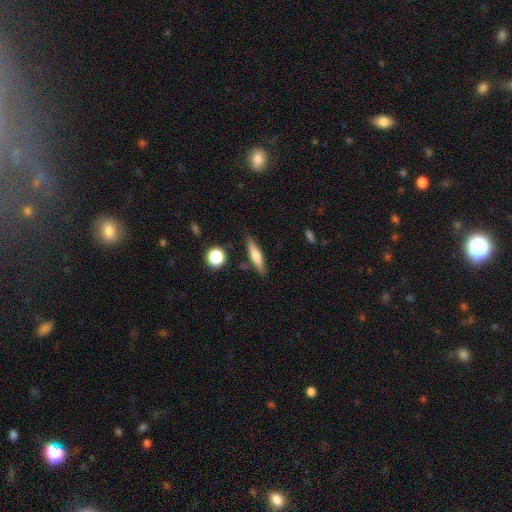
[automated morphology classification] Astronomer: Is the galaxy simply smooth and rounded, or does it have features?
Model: smooth — 55% (runner-up: featured or disk, 38%).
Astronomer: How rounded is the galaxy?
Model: cigar-shaped — 76%.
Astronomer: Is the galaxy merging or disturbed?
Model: none — 83%.